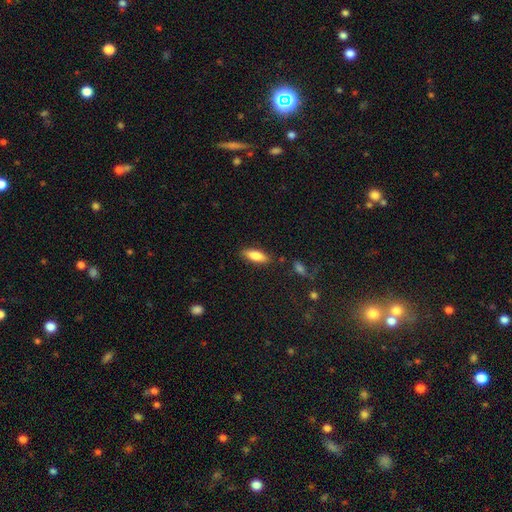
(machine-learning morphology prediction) Smooth or featured? Predicted: smooth (p=0.83). How rounded? Predicted: in between (p=0.66). Merging? Predicted: none (p=0.84).